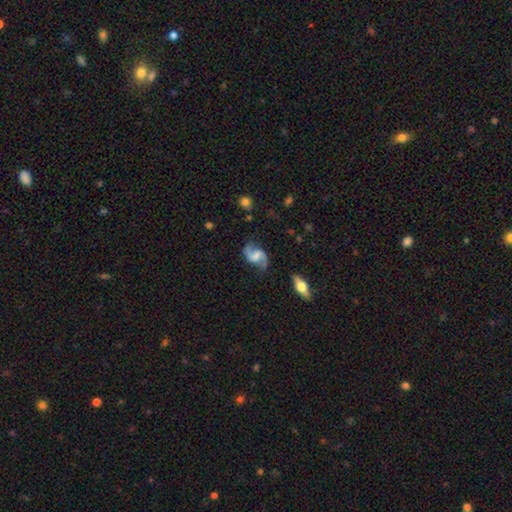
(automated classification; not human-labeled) Smooth or featured?
  - featured or disk: 85% *
  - smooth: 9%
  - star or artifact: 6%
Edge-on disk?
  - no: 97% *
  - yes: 3%
Bar?
  - weak: 48% *
  - no: 34%
  - strong: 19%
Spiral arms?
  - yes: 96% *
  - no: 4%
Spiral winding?
  - loose: 62% *
  - medium: 32%
  - tight: 6%
Spiral arm count?
  - 2: 94% *
  - can't tell: 2%
  - 1: 2%
  - 3: 1%
  - 4: 1%
  - more than 4: 1%
Bulge size?
  - none: 40% *
  - moderate: 24%
  - small: 24%
  - large: 10%
  - dominant: 2%
Merging?
  - none: 75% *
  - minor disturbance: 16%
  - major disturbance: 6%
  - merger: 3%